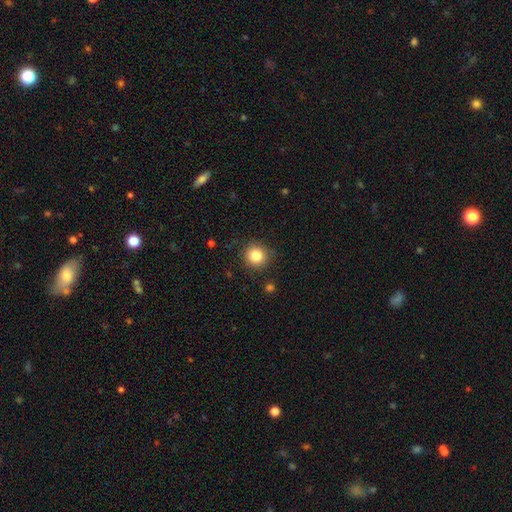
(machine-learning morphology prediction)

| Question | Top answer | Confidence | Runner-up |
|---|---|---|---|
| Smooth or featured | smooth | 83% | star or artifact (11%) |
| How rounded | round | 92% | in between (7%) |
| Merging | none | 88% | minor disturbance (8%) |